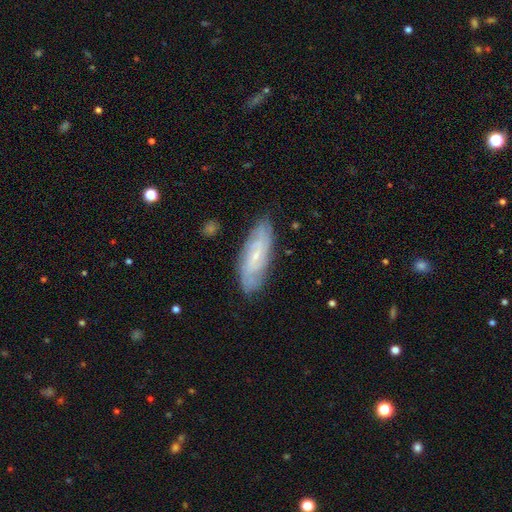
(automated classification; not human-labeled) smooth-or-featured: featured or disk: 70% | smooth: 22% | star or artifact: 7%
  disk-edge-on: no: 86% | yes: 14%
    bar: no: 52% | weak: 38% | strong: 10%
    has-spiral-arms: yes: 90% | no: 10%
      spiral-winding: tight: 54% | medium: 34% | loose: 12%
      spiral-arm-count: can't tell: 44% | 2: 27% | 3: 12% | 4: 9% | more than 4: 4% | 1: 4%
    bulge-size: small: 78% | moderate: 16% | none: 4% | large: 1% | dominant: 1%
  merging: none: 81% | minor disturbance: 15% | major disturbance: 3% | merger: 1%